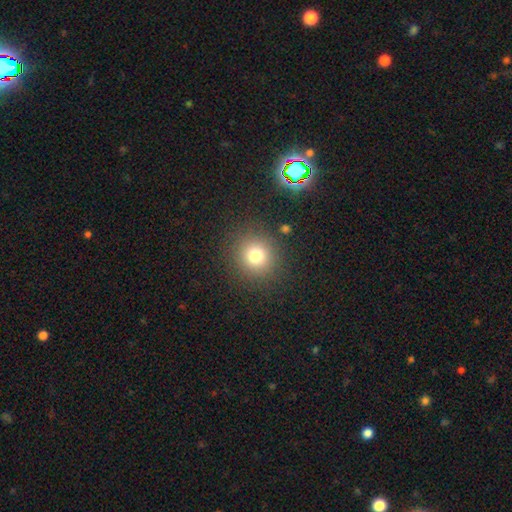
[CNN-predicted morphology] type=smooth (77%); roundness=round (91%); merging=none (88%).